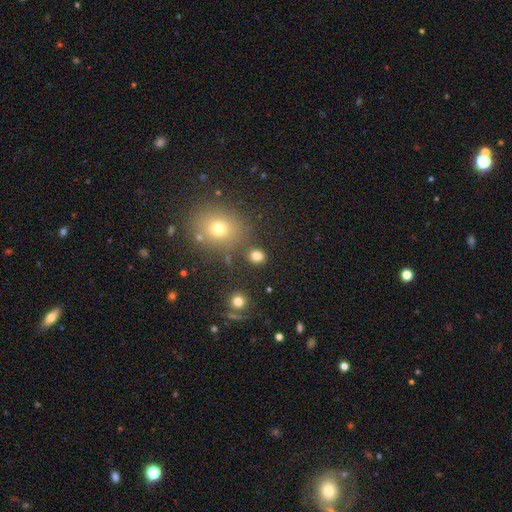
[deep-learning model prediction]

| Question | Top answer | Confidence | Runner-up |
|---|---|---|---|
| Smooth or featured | smooth | 79% | star or artifact (15%) |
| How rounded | round | 66% | in between (33%) |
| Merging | none | 80% | minor disturbance (9%) |